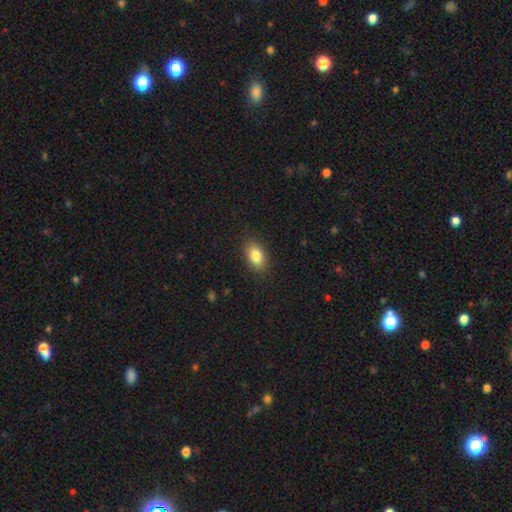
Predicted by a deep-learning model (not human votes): Smooth or featured: smooth — 84% (star or artifact — 8%)
How rounded: in between — 87% (round — 11%)
Merging: none — 87% (minor disturbance — 9%)